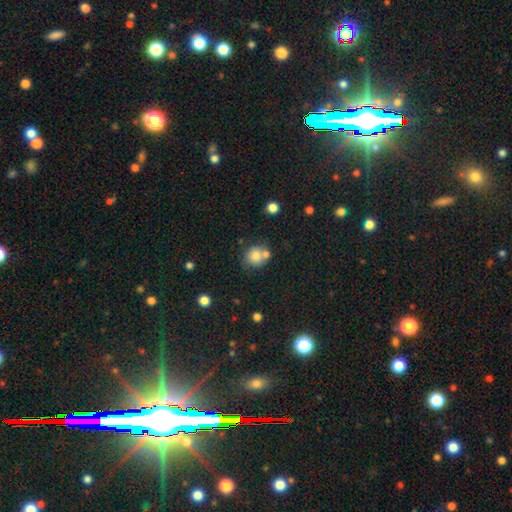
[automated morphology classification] smooth_or_featured: smooth (p=0.80) [alt: star or artifact p=0.11]
how_rounded: round (p=0.79) [alt: in between p=0.20]
merging: none (p=0.53) [alt: merger p=0.28]